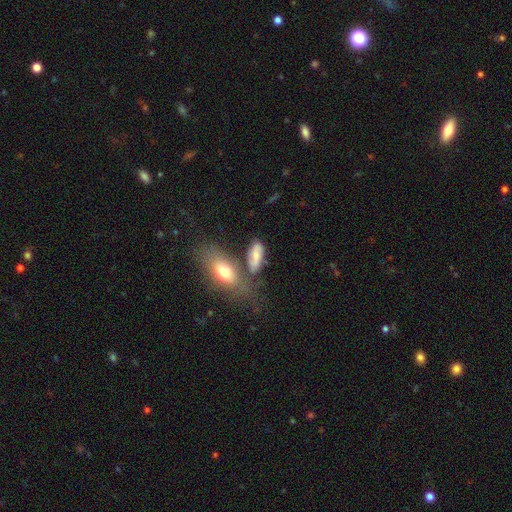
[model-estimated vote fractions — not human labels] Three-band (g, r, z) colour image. It shows a smooth galaxy with no disk features (66%) that is in between round and cigar-shaped (77%). Merging: none (53%).